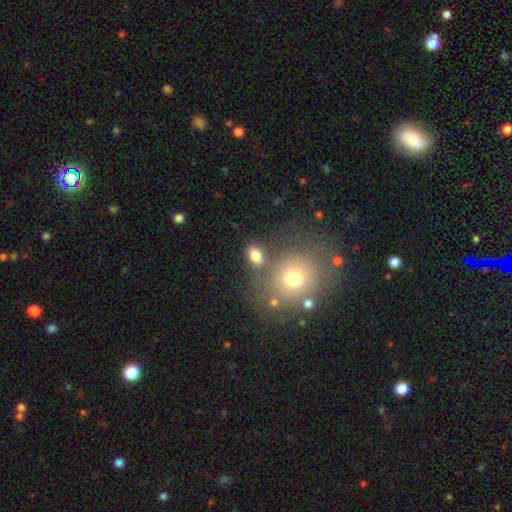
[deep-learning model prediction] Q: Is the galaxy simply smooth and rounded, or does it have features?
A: smooth — 79%.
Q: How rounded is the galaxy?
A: in between — 80%.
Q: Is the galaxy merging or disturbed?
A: none — 68%.